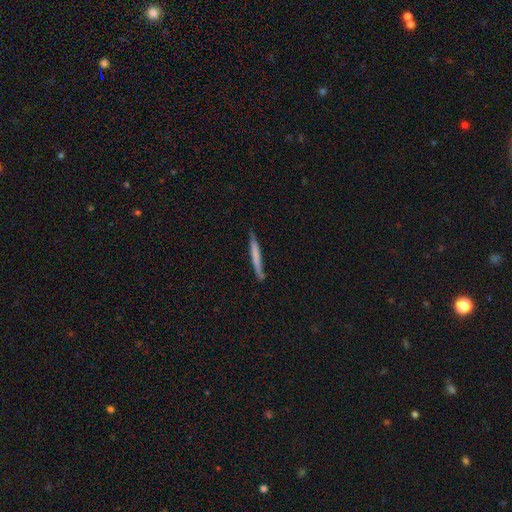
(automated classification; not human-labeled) Morphology: type=smooth (60%); roundness=cigar-shaped (97%); merging=none (82%).